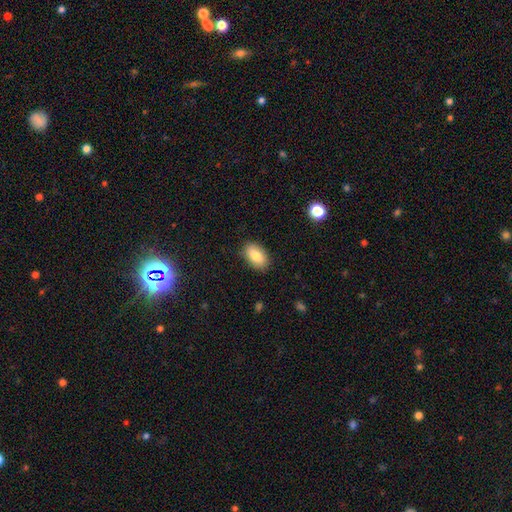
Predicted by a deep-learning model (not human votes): Morphology: type=smooth (81%); roundness=in between (91%); merging=none (86%).